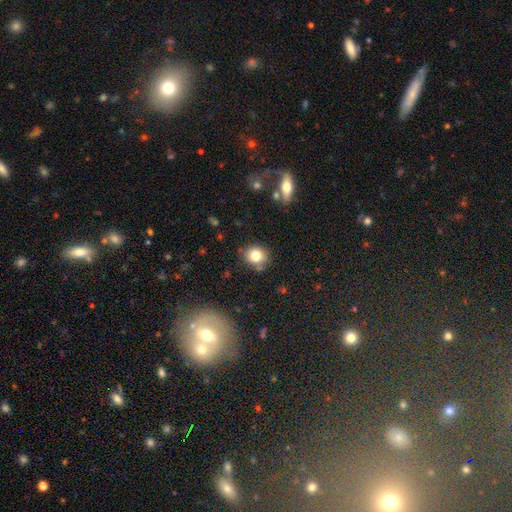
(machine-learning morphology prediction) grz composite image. It shows a smooth galaxy with no disk features (80%) that is round (78%). Merging: none (81%).